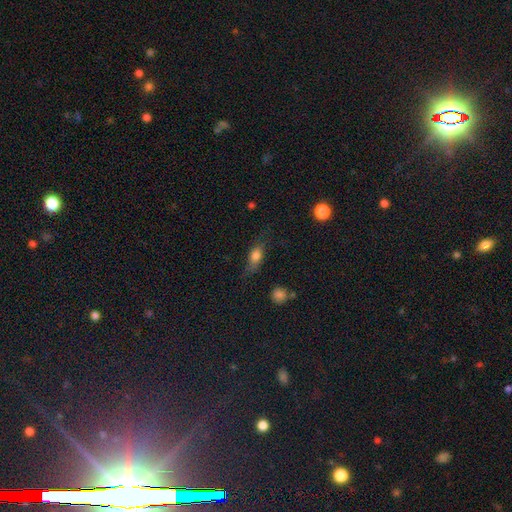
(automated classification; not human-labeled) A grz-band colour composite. It shows a smooth galaxy with no disk features (71%) that is in between round and cigar-shaped (72%). Merging: none (58%).